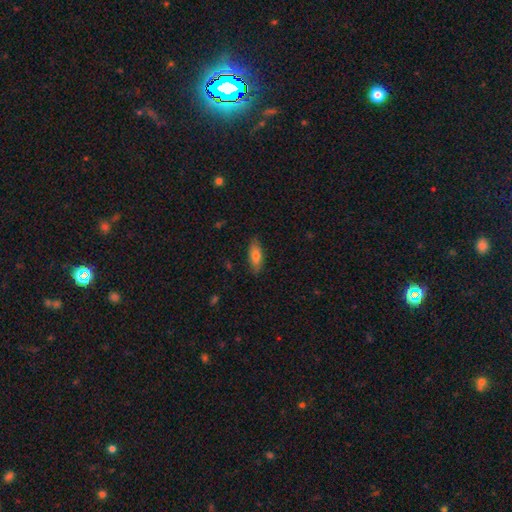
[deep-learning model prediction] Smooth or featured? smooth (74%)
How rounded? in between (73%)
Merging? none (83%)